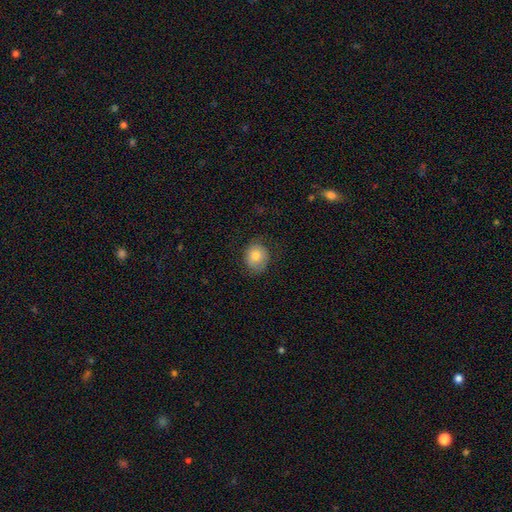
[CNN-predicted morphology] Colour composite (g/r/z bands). It shows a smooth galaxy with no disk features (79%) that is round (61%). Merging: none (73%).